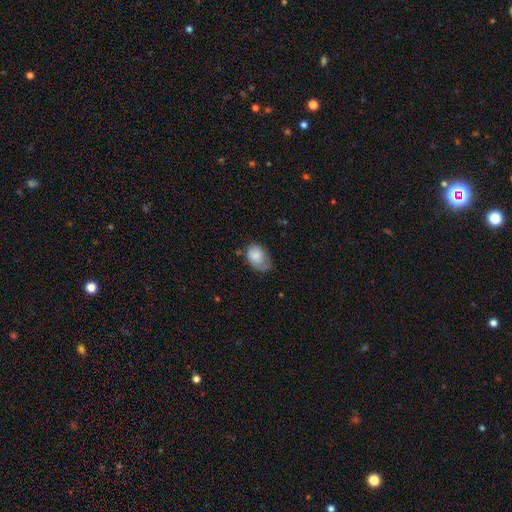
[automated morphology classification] This is likely a smooth galaxy (77%). How rounded: clearly in between (81%). Merging: marginally minor disturbance (40%).